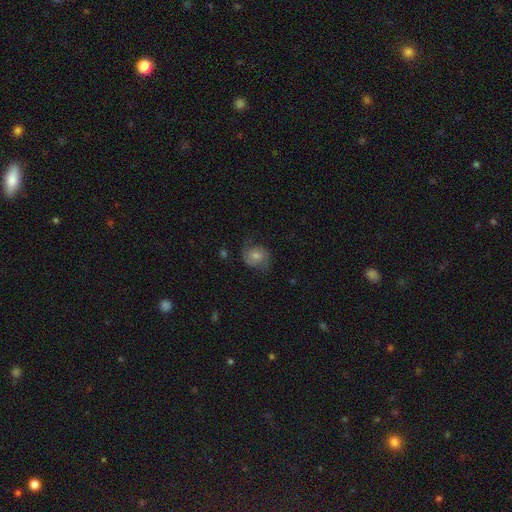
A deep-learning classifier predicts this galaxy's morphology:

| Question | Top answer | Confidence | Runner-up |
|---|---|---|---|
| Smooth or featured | featured or disk | 51% | smooth (36%) |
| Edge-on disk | no | 97% | yes (3%) |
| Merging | none | 69% | minor disturbance (19%) |